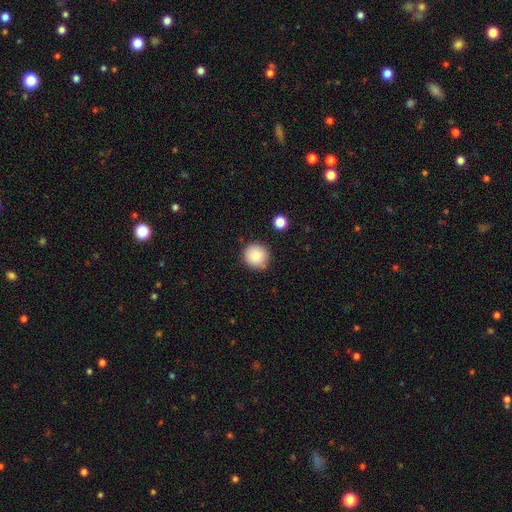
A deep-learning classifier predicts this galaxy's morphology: Smooth or featured? Predicted: smooth (p=0.86). How rounded? Predicted: round (p=0.92). Merging? Predicted: none (p=0.84).